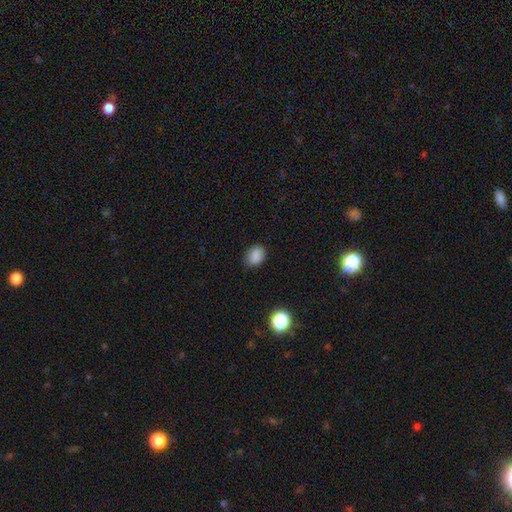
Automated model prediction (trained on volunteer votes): smooth 86%, star or artifact 11%, featured or disk 4%. Down the decision tree: how rounded — in between (63%); merging — none (81%).